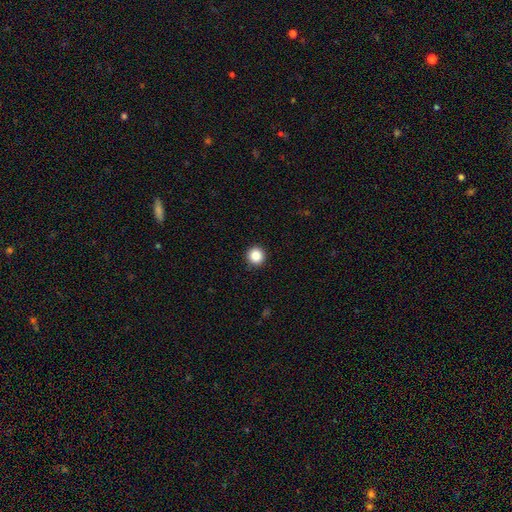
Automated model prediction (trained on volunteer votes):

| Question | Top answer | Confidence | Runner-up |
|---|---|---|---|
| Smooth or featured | smooth | 87% | star or artifact (10%) |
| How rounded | round | 95% | in between (4%) |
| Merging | none | 93% | minor disturbance (5%) |